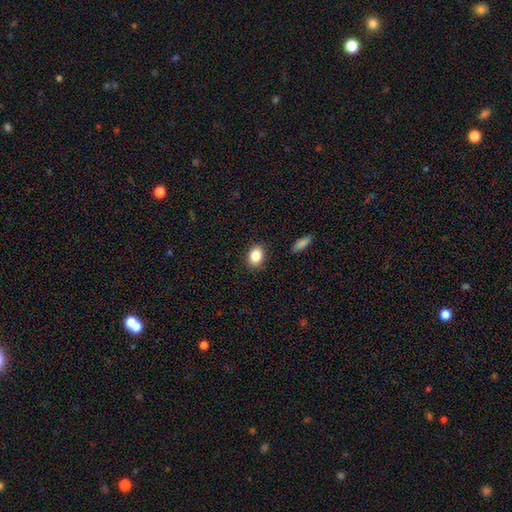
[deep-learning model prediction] The model was most divided on "how rounded": in between: 72%, round: 27%, cigar-shaped: 1%. More confident: merging — none (88%); smooth or featured — smooth (86%).